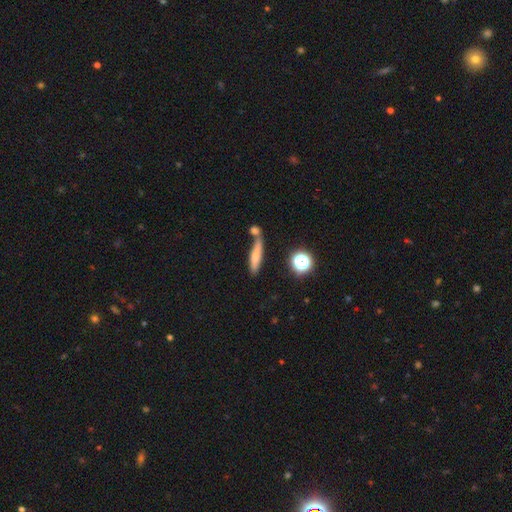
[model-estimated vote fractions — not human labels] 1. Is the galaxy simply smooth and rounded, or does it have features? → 67% smooth, 21% featured or disk, 11% star or artifact.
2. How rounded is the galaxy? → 75% cigar-shaped, 20% in between, 5% round.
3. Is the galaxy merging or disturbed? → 57% none, 23% merger, 14% minor disturbance, 6% major disturbance.